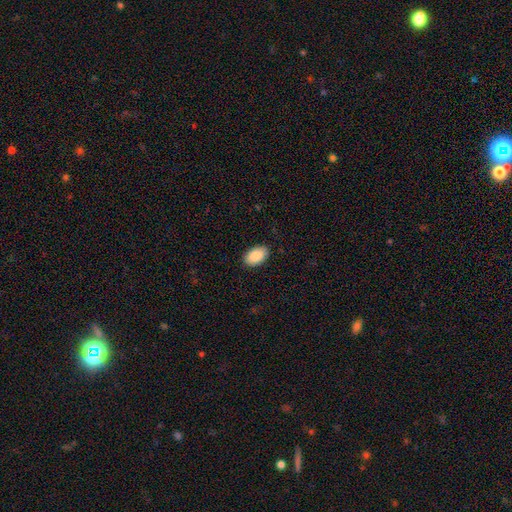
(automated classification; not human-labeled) This is clearly a smooth galaxy (90%). How rounded: clearly in between (94%). Merging: clearly none (89%).